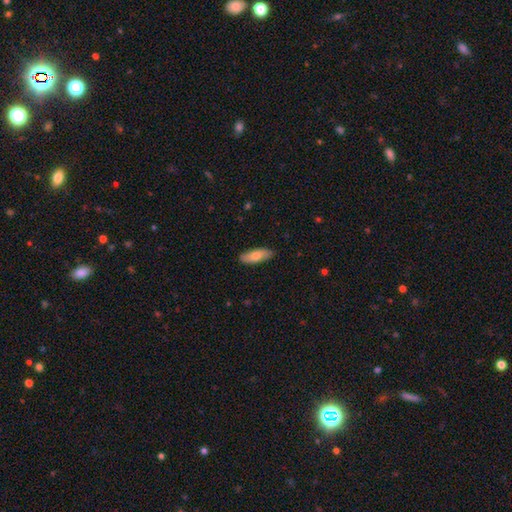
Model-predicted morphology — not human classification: smooth_or_featured: smooth (p=0.75) [alt: featured or disk p=0.20]
how_rounded: in between (p=0.65) [alt: cigar-shaped p=0.33]
merging: none (p=0.87) [alt: minor disturbance p=0.10]